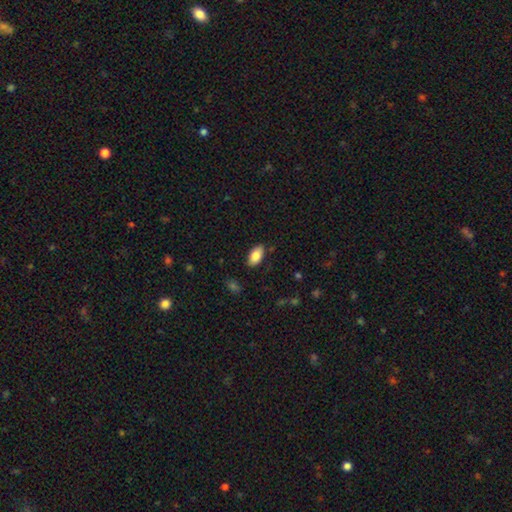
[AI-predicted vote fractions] Smooth or featured?
  - smooth: 84% *
  - featured or disk: 9%
  - star or artifact: 7%
How rounded?
  - in between: 93% *
  - cigar-shaped: 4%
  - round: 3%
Merging?
  - none: 85% *
  - minor disturbance: 11%
  - major disturbance: 2%
  - merger: 1%